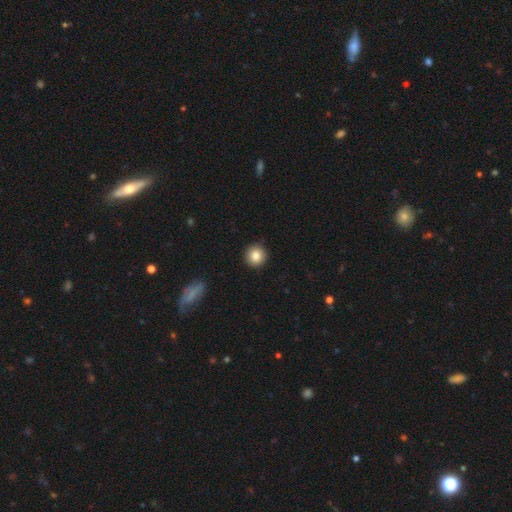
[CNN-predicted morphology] smooth-or-featured: smooth: 85% | star or artifact: 9% | featured or disk: 6%
  how-rounded: round: 93% | in between: 6% | cigar-shaped: 1%
  merging: none: 91% | minor disturbance: 6% | major disturbance: 2% | merger: 1%